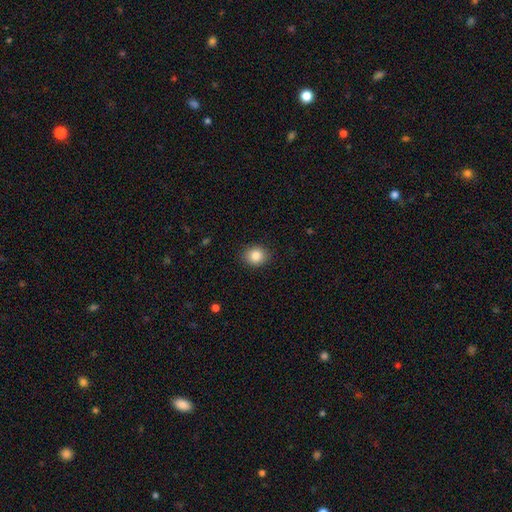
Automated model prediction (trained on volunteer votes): Smooth or featured: smooth — 85% (star or artifact — 9%)
How rounded: round — 66% (in between — 33%)
Merging: none — 89% (minor disturbance — 8%)